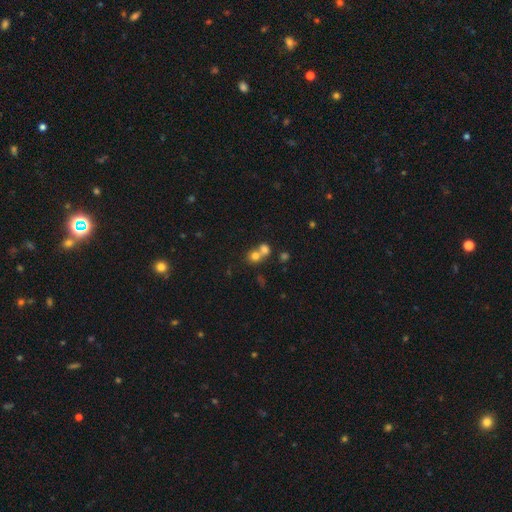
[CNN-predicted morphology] Overall: smooth (73%). How rounded: round (79%). Merging: merger (57%; none 35%).